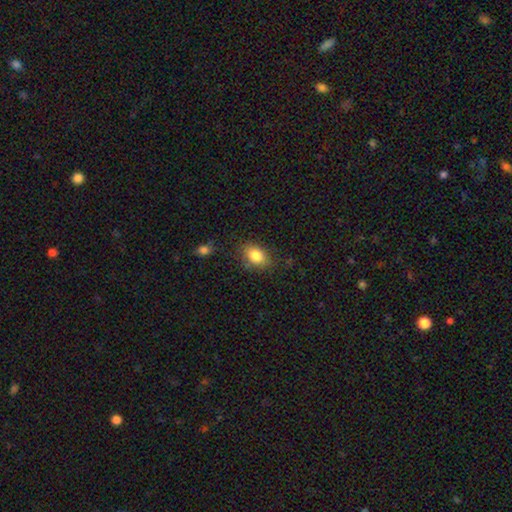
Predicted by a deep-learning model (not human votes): Smooth or featured?
  - smooth: 83% *
  - star or artifact: 9%
  - featured or disk: 9%
How rounded?
  - in between: 80% *
  - round: 18%
  - cigar-shaped: 2%
Merging?
  - none: 78% *
  - minor disturbance: 16%
  - major disturbance: 4%
  - merger: 2%